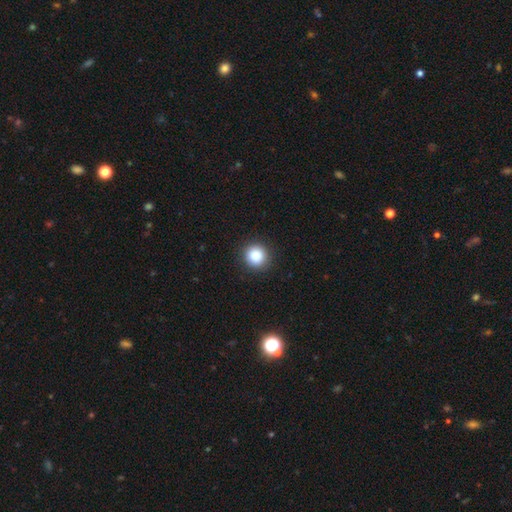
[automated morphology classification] smooth_or_featured: smooth (p=0.87) [alt: star or artifact p=0.09]
how_rounded: round (p=0.94) [alt: in between p=0.05]
merging: none (p=0.92) [alt: minor disturbance p=0.05]